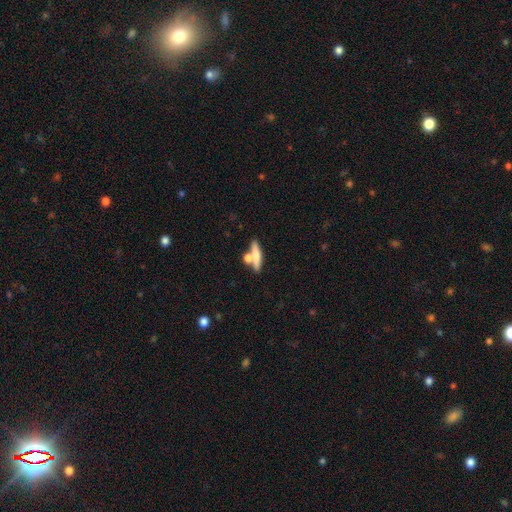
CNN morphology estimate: Smooth or featured?
  - smooth: 64% *
  - featured or disk: 29%
  - star or artifact: 7%
How rounded?
  - cigar-shaped: 71% *
  - in between: 23%
  - round: 6%
Merging?
  - none: 55% *
  - merger: 30%
  - minor disturbance: 11%
  - major disturbance: 4%